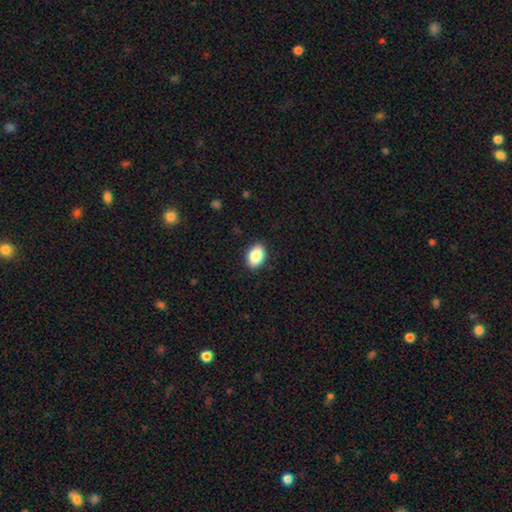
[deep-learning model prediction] Smooth or featured? Predicted: smooth (p=0.87). How rounded? Predicted: in between (p=0.85). Merging? Predicted: none (p=0.89).